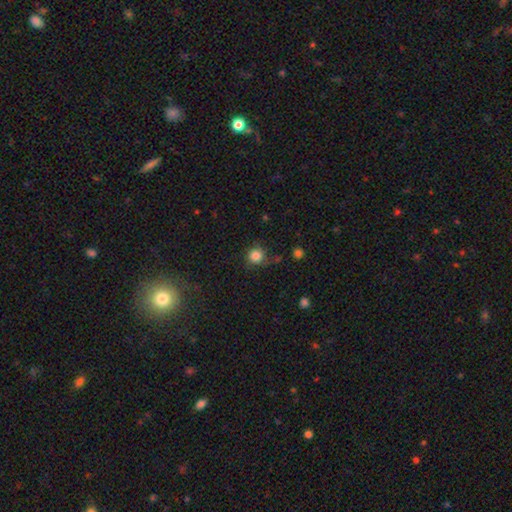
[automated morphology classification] smooth 83%, star or artifact 11%, featured or disk 5%. Down the decision tree: how rounded — round (92%); merging — none (75%).